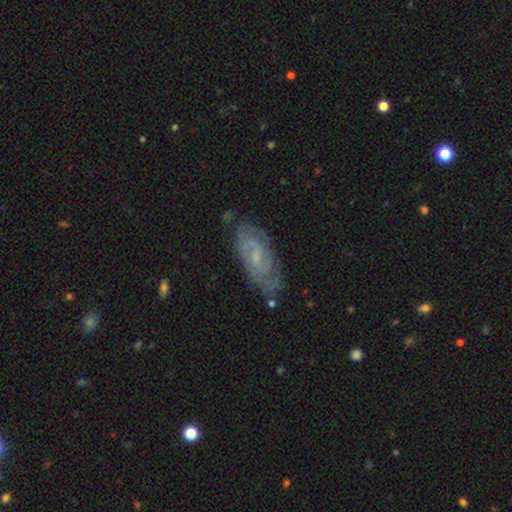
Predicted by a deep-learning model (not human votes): smooth-or-featured: featured or disk: 77% | smooth: 15% | star or artifact: 8%
  disk-edge-on: no: 93% | yes: 7%
    bar: weak: 51% | no: 38% | strong: 11%
    has-spiral-arms: yes: 93% | no: 7%
      spiral-winding: tight: 52% | medium: 38% | loose: 10%
      spiral-arm-count: 2: 65% | can't tell: 20% | 3: 7% | 1: 3% | 4: 3% | more than 4: 2%
    bulge-size: small: 66% | moderate: 20% | none: 12% | large: 1% | dominant: 1%
  merging: none: 76% | minor disturbance: 17% | major disturbance: 5% | merger: 2%